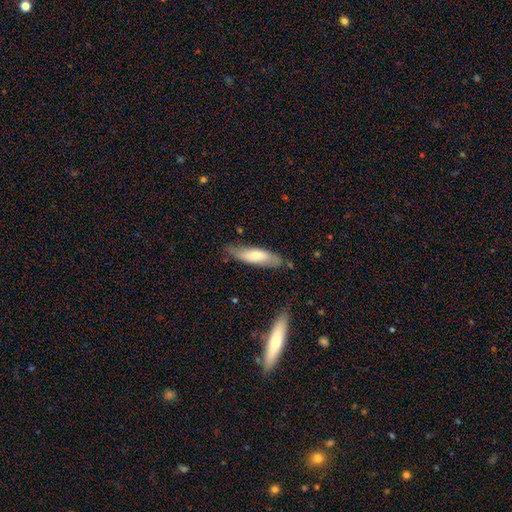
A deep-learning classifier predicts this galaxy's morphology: Overall: smooth (66%; featured or disk 28%). How rounded: cigar-shaped (55%; in between 43%). Merging: none (76%).